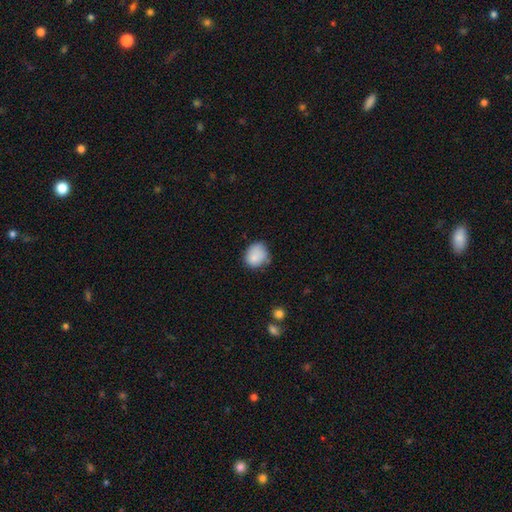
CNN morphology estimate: Smooth or featured? Predicted: smooth (p=0.84). How rounded? Predicted: round (p=0.70). Merging? Predicted: none (p=0.60).